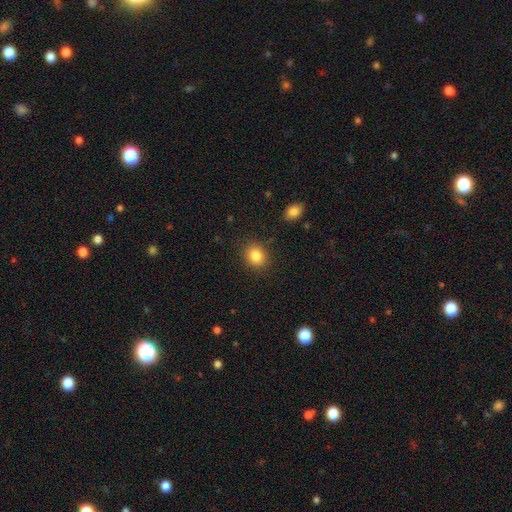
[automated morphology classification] This appears to be a smooth galaxy with no disk features (84%) that is round (62%). Merging: none (87%).